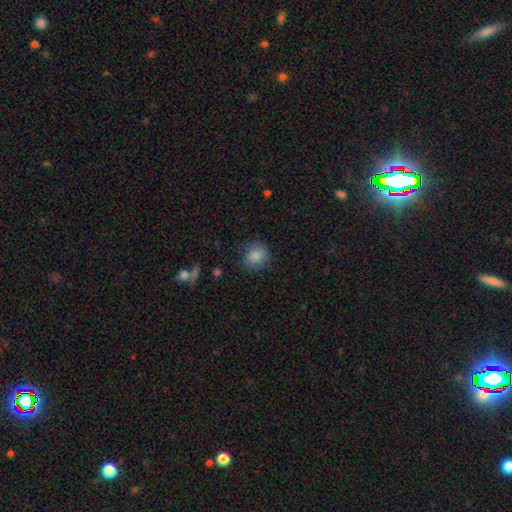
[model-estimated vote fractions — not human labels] Smooth or featured: smooth — 84% (star or artifact — 9%)
How rounded: round — 79% (in between — 20%)
Merging: none — 76% (minor disturbance — 17%)